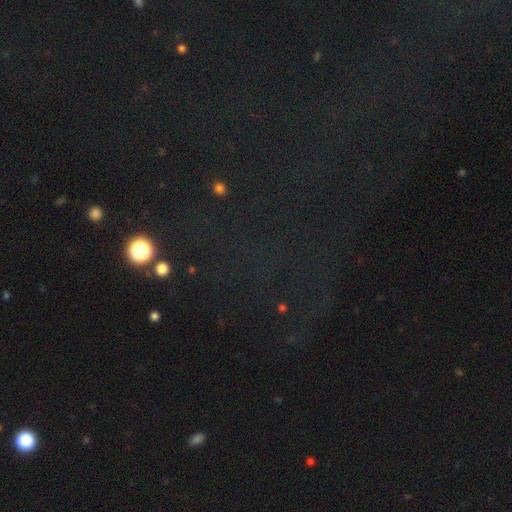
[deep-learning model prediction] smooth_or_featured: star or artifact (p=0.76) [alt: smooth p=0.16]